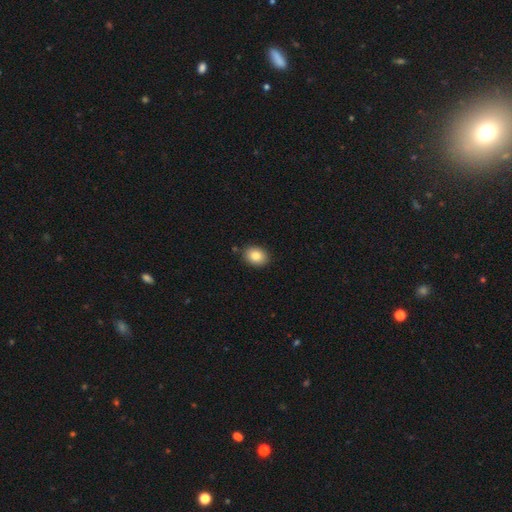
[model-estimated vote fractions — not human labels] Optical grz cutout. It shows a smooth galaxy with no disk features (85%) that is in between round and cigar-shaped (60%). Merging: none (87%).